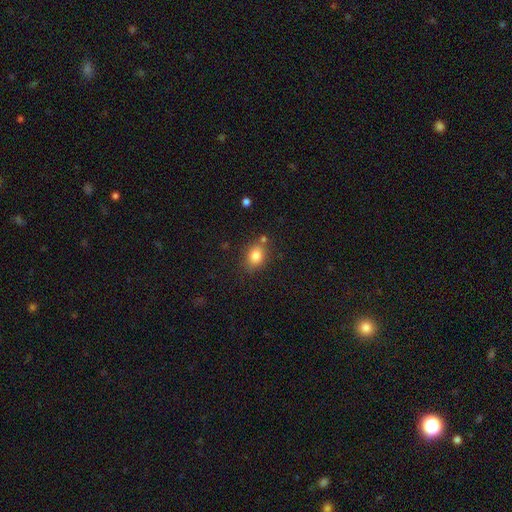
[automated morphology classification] Q: Smooth or featured?
A: smooth (83%); runner-up: star or artifact (10%)
Q: How rounded?
A: in between (65%); runner-up: round (33%)
Q: Merging?
A: none (73%); runner-up: minor disturbance (15%)